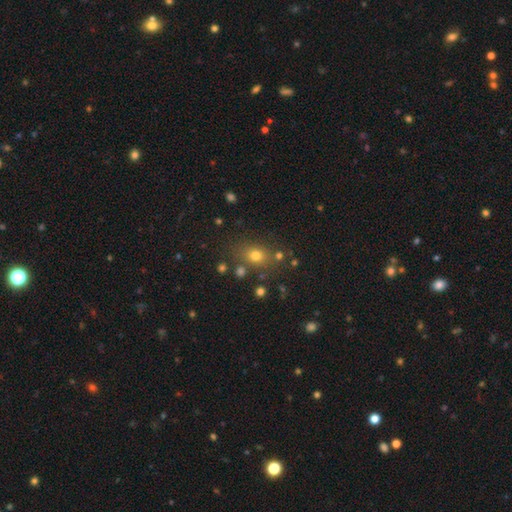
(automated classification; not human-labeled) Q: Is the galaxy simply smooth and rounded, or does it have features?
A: smooth — 71%.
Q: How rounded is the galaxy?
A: round — 50%.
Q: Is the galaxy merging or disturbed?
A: none — 76%.